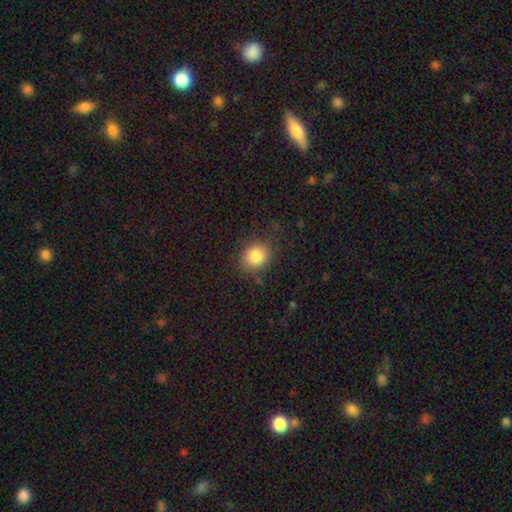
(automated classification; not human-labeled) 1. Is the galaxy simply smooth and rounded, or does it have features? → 84% smooth, 10% star or artifact, 6% featured or disk.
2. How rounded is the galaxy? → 67% round, 32% in between, 1% cigar-shaped.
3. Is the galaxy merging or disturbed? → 78% none, 15% minor disturbance, 5% major disturbance, 2% merger.